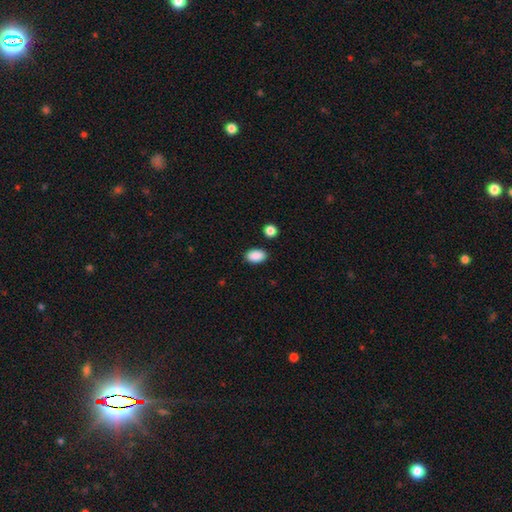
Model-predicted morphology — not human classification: Smooth or featured?
  - smooth: 90% *
  - star or artifact: 8%
  - featured or disk: 3%
How rounded?
  - in between: 89% *
  - round: 10%
  - cigar-shaped: 1%
Merging?
  - none: 86% *
  - minor disturbance: 9%
  - merger: 3%
  - major disturbance: 2%